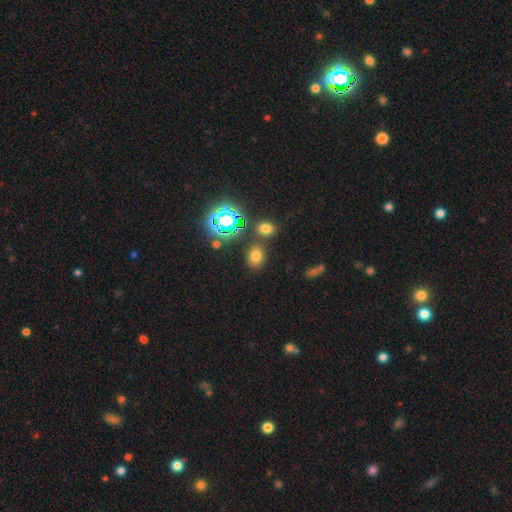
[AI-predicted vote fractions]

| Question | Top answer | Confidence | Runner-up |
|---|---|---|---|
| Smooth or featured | smooth | 63% | star or artifact (29%) |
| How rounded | in between | 63% | round (36%) |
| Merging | none | 78% | minor disturbance (9%) |